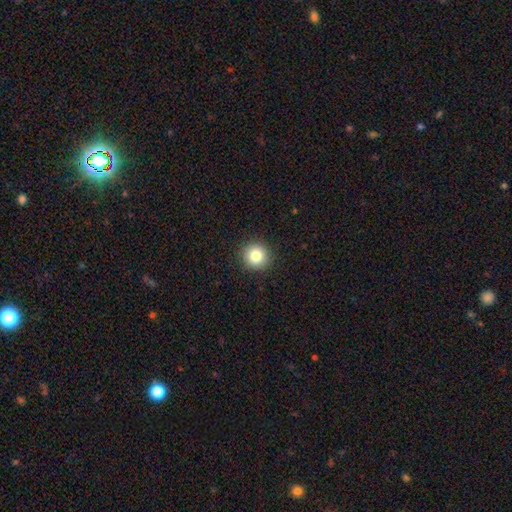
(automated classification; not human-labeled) smooth 83%, star or artifact 10%, featured or disk 7%. Down the decision tree: how rounded — round (93%); merging — none (92%).